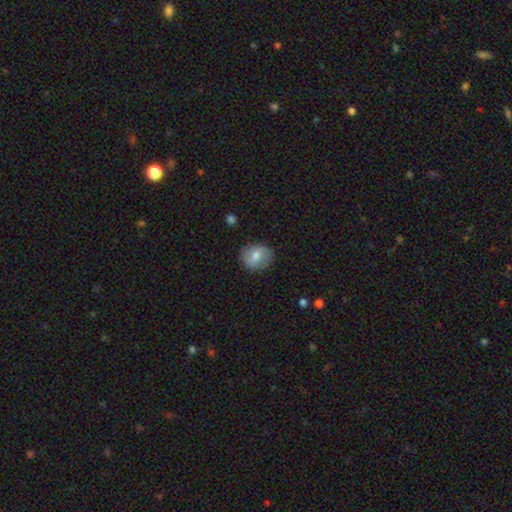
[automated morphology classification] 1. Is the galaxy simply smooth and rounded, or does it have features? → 67% smooth, 25% featured or disk, 8% star or artifact.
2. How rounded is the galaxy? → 65% round, 34% in between, 1% cigar-shaped.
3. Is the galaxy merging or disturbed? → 80% none, 15% minor disturbance, 4% major disturbance, 1% merger.